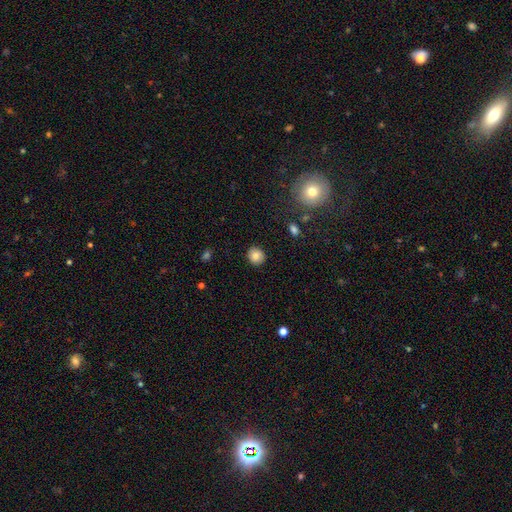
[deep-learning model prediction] This appears to be a smooth galaxy with no disk features (84%) that is round (83%). Merging: none (88%).